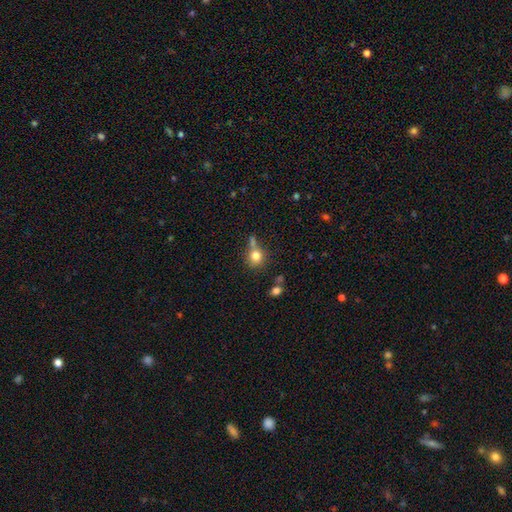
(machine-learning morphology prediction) This appears to be a smooth galaxy with no disk features (78%) that is round (84%). Merging: none (55%).